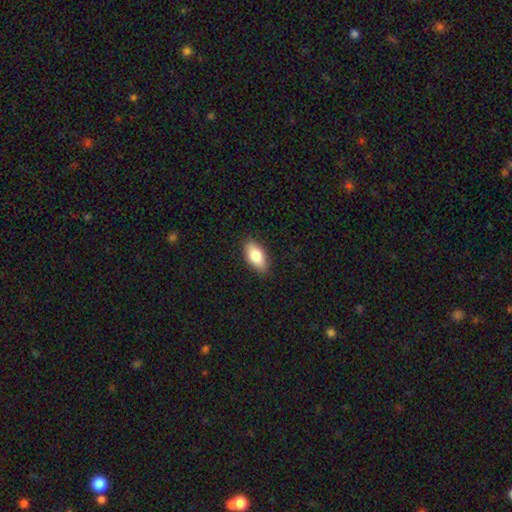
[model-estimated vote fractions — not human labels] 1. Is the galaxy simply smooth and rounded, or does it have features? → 80% smooth, 13% featured or disk, 7% star or artifact.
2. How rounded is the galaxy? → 90% in between, 7% cigar-shaped, 3% round.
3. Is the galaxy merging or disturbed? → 88% none, 9% minor disturbance, 2% major disturbance, 1% merger.